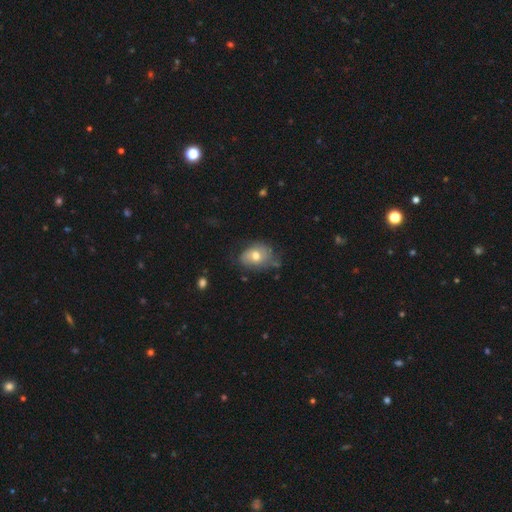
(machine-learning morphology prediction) smooth_or_featured: smooth (p=0.63) [alt: featured or disk p=0.28]
how_rounded: in between (p=0.67) [alt: round p=0.32]
merging: none (p=0.51) [alt: minor disturbance p=0.33]